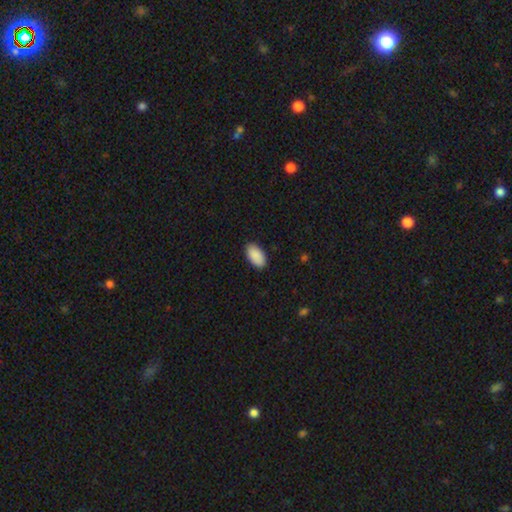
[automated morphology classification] Smooth or featured: smooth — 91% (star or artifact — 6%)
How rounded: in between — 95% (round — 3%)
Merging: none — 87% (minor disturbance — 10%)